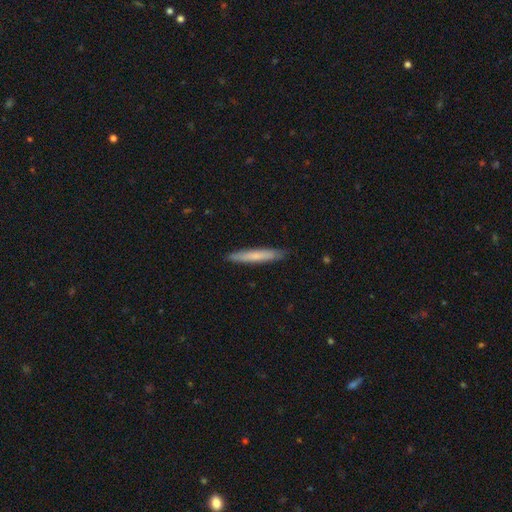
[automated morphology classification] smooth_or_featured: smooth (p=0.70) [alt: featured or disk p=0.25]
how_rounded: cigar-shaped (p=0.95) [alt: in between p=0.04]
merging: none (p=0.89) [alt: minor disturbance p=0.08]